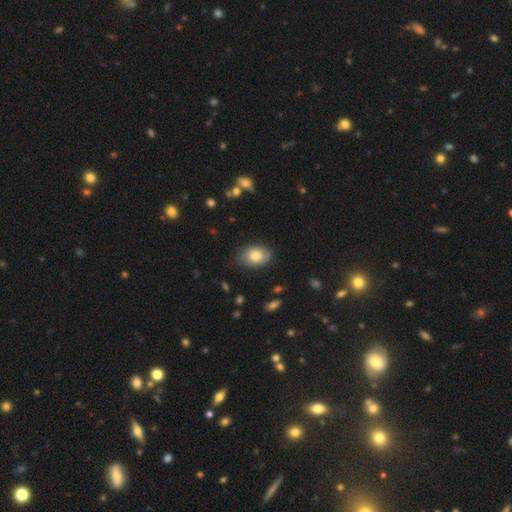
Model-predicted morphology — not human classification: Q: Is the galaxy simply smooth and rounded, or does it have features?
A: smooth — 77%.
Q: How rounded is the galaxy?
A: in between — 83%.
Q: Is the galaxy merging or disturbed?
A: none — 74%.